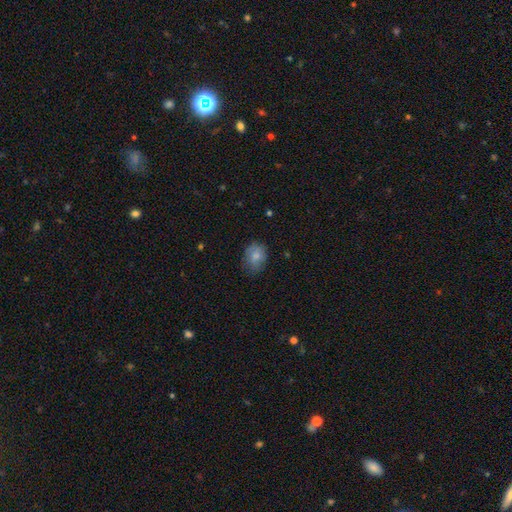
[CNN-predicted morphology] A smooth galaxy with no disk features (79%) that is in between round and cigar-shaped (60%).

Vote fractions:
- Smooth or featured? smooth: 79% / featured or disk: 13% / star or artifact: 8%
- How rounded? in between: 60% / round: 40% / cigar-shaped: 1%
- Merging? none: 66% / minor disturbance: 26% / major disturbance: 7% / merger: 1%